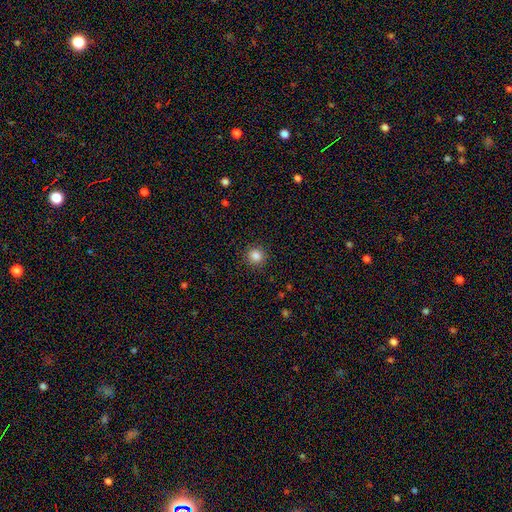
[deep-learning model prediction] smooth_or_featured: smooth (p=0.85) [alt: star or artifact p=0.10]
how_rounded: round (p=0.93) [alt: in between p=0.06]
merging: none (p=0.91) [alt: minor disturbance p=0.06]